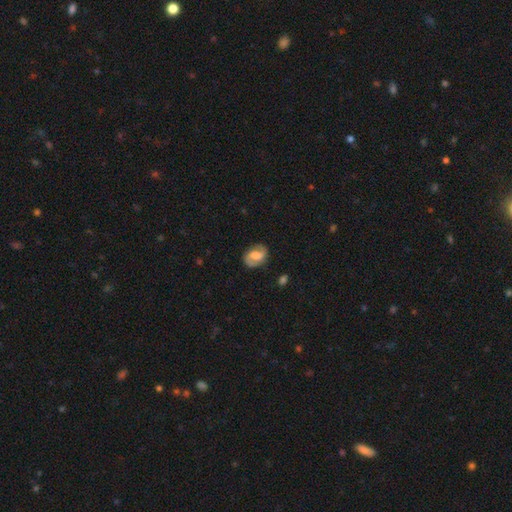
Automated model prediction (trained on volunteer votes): A featured or disk galaxy (73%) with a weak bar (49%), 2 (90%) medium (48%) spiral arms (93%) and a moderate central bulge (39%).

Vote fractions:
- Smooth or featured? featured or disk: 73% / smooth: 20% / star or artifact: 6%
- Edge-on disk? no: 97% / yes: 3%
- Bar? weak: 49% / strong: 28% / no: 23%
- Spiral arms? yes: 93% / no: 7%
- Spiral winding? medium: 48% / loose: 30% / tight: 22%
- Spiral arm count? 2: 90% / can't tell: 4% / 1: 3% / 3: 1% / 4: 1% / more than 4: 1%
- Bulge size? moderate: 39% / small: 21% / large: 21% / none: 17% / dominant: 2%
- Merging? none: 81% / minor disturbance: 14% / major disturbance: 4% / merger: 1%